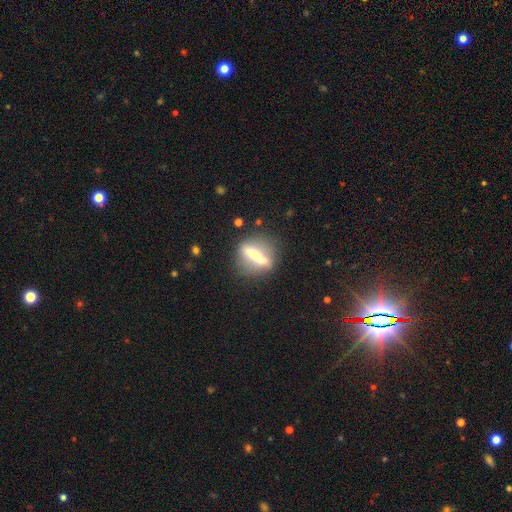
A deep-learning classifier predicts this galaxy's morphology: type=featured or disk (62%); edge-on=yes (54%); merging=none (79%).